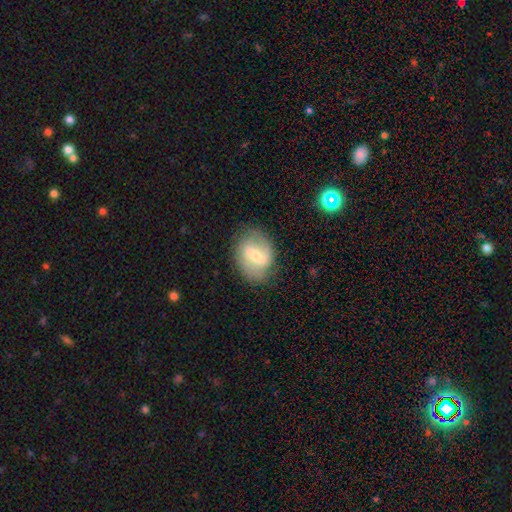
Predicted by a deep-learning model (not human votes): Smooth or featured?
  - featured or disk: 62% *
  - smooth: 30%
  - star or artifact: 7%
Edge-on disk?
  - no: 95% *
  - yes: 5%
Bar?
  - weak: 48% *
  - strong: 39%
  - no: 13%
Spiral arms?
  - yes: 68% *
  - no: 32%
Bulge size?
  - small: 49% *
  - moderate: 44%
  - large: 3%
  - none: 3%
  - dominant: 1%
Merging?
  - none: 77% *
  - minor disturbance: 16%
  - major disturbance: 6%
  - merger: 1%